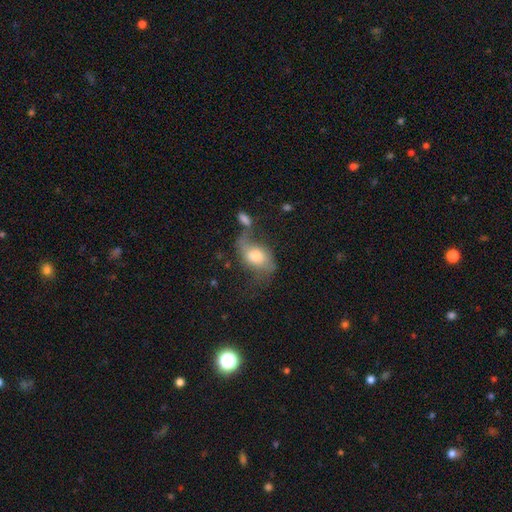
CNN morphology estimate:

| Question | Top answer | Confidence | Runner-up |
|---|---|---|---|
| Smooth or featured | smooth | 51% | featured or disk (41%) |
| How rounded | in between | 82% | round (15%) |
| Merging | none | 31% | major disturbance (26%) |